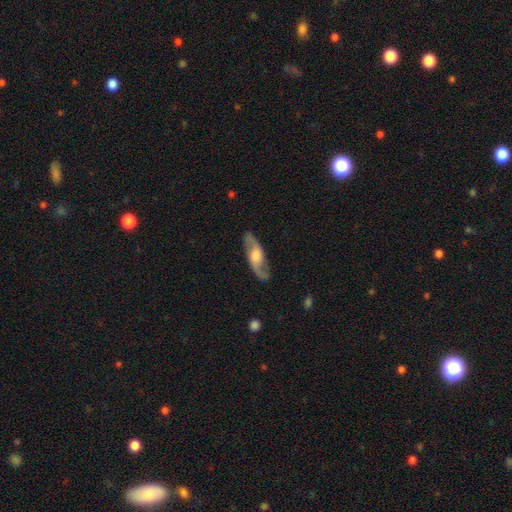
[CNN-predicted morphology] smooth_or_featured: featured or disk (p=0.78) [alt: smooth p=0.17]
disk_edge_on: no (p=0.82) [alt: yes p=0.18]
bar: no (p=0.54) [alt: weak p=0.37]
has_spiral_arms: yes (p=0.92) [alt: no p=0.08]
spiral_winding: loose (p=0.47) [alt: medium p=0.41]
spiral_arm_count: 2 (p=0.91) [alt: can't tell p=0.04]
bulge_size: moderate (p=0.42) [alt: large p=0.38]
merging: none (p=0.84) [alt: minor disturbance p=0.11]